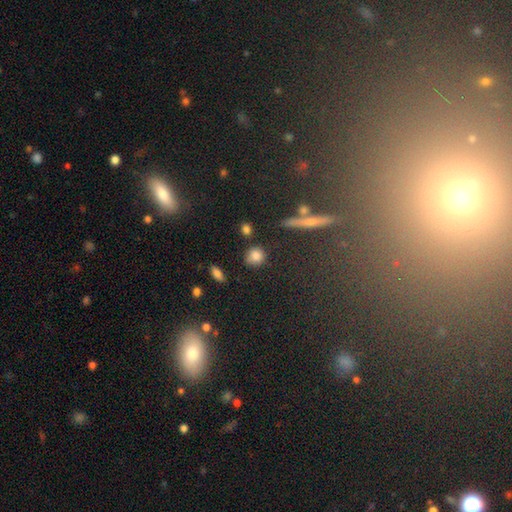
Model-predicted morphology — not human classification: This appears to be a smooth galaxy with no disk features (82%) that is round (82%). Merging: none (77%).